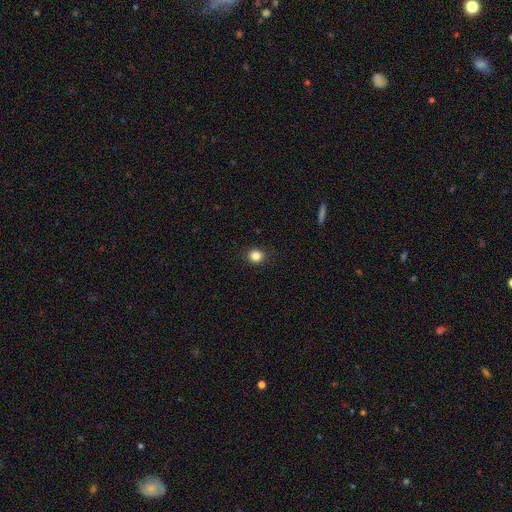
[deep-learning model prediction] A smooth galaxy with no disk features (84%) that is round (88%). Merging: none (91%).